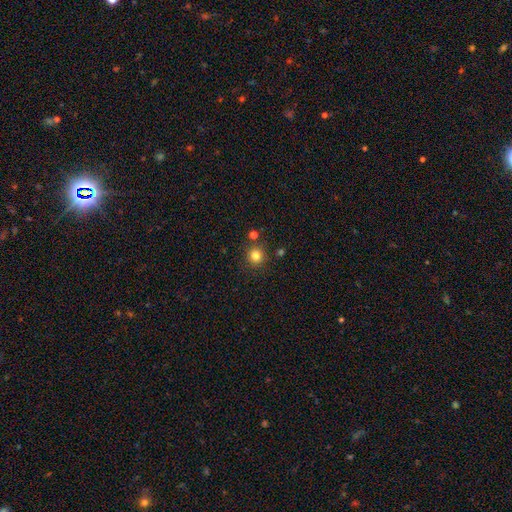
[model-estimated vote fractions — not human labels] A smooth galaxy with no disk features (81%) that is round (93%). Merging: none (84%).